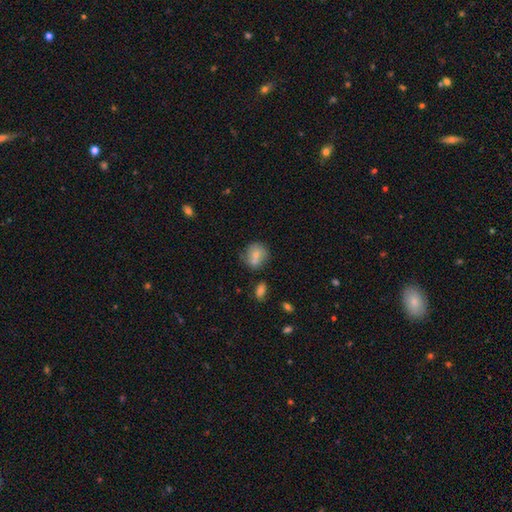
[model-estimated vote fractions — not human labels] smooth-or-featured: smooth: 73% | featured or disk: 18% | star or artifact: 9%
  how-rounded: round: 74% | in between: 25% | cigar-shaped: 1%
  merging: none: 54% | merger: 25% | minor disturbance: 16% | major disturbance: 5%